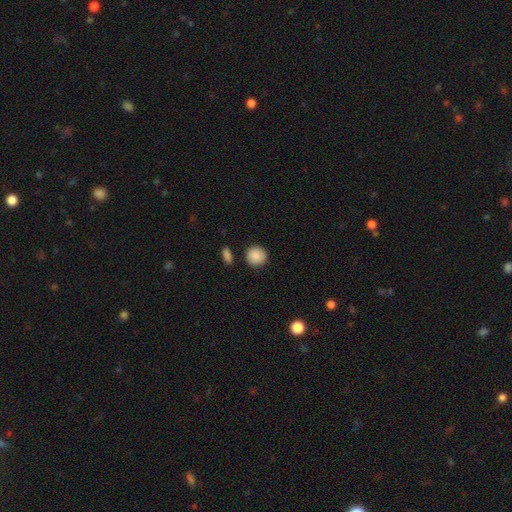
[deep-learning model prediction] Morphology: type=smooth (89%); roundness=round (91%); merging=none (87%).